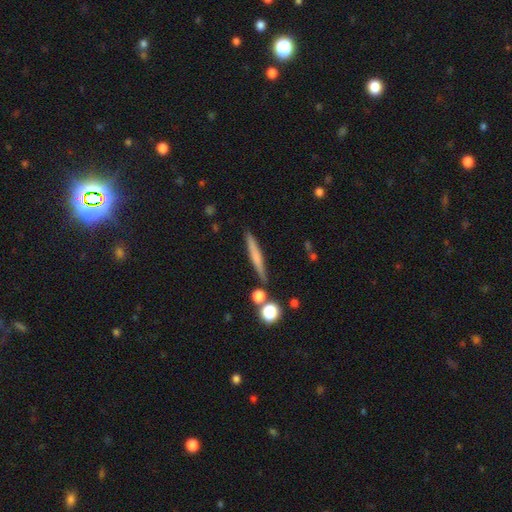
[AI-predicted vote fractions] Smooth or featured? Predicted: smooth (p=0.55). How rounded? Predicted: cigar-shaped (p=0.92). Merging? Predicted: none (p=0.82).